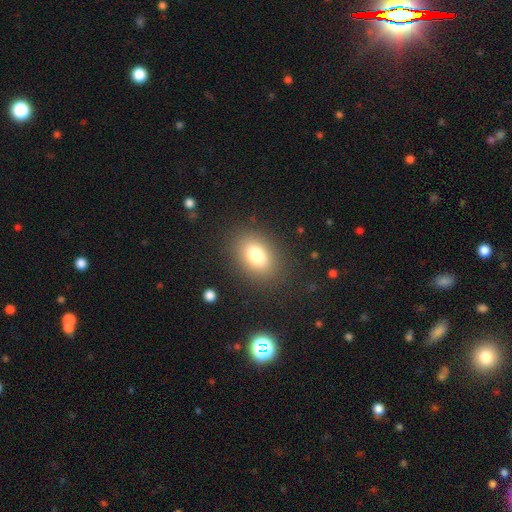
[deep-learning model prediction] Smooth or featured: smooth — 78% (star or artifact — 11%)
How rounded: in between — 72% (round — 27%)
Merging: none — 86% (minor disturbance — 9%)